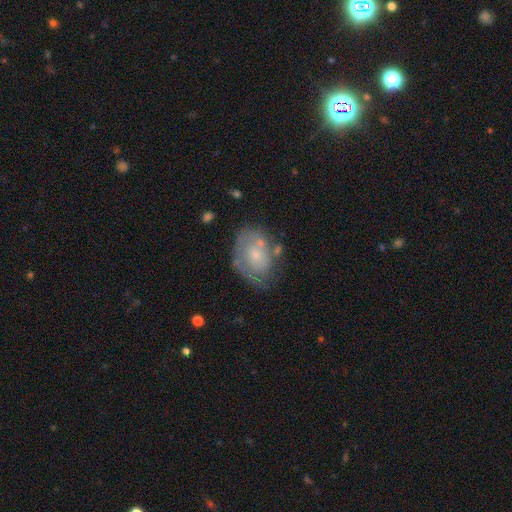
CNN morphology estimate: featured or disk 60%, smooth 33%, star or artifact 7%. Down the decision tree: edge-on disk — no (97%); bar — no (80%); spiral arms — yes (67%); bulge size — small (60%); merging — none (52%).